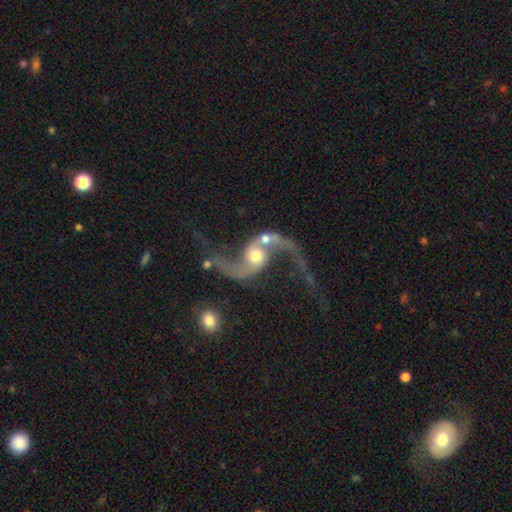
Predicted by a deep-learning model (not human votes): A featured or disk galaxy (88%) with no bar (63%), 2 (94%) loose (91%) spiral arms (96%) and a moderate central bulge (64%).

Vote fractions:
- Smooth or featured? featured or disk: 88% / smooth: 6% / star or artifact: 6%
- Edge-on disk? no: 97% / yes: 3%
- Bar? no: 63% / weak: 26% / strong: 11%
- Spiral arms? yes: 96% / no: 4%
- Spiral winding? loose: 91% / medium: 7% / tight: 2%
- Spiral arm count? 2: 94% / 1: 2% / can't tell: 1% / 3: 1% / 4: 1% / more than 4: 1%
- Bulge size? moderate: 64% / small: 18% / large: 13% / dominant: 2% / none: 2%
- Merging? none: 48% / merger: 25% / minor disturbance: 14% / major disturbance: 13%